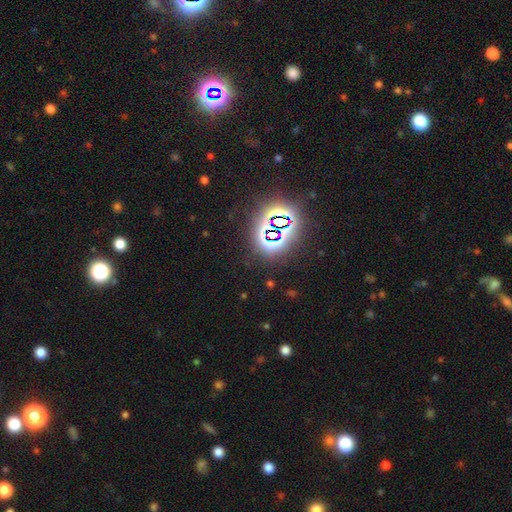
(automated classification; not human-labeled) A star or artifact, not a galaxy (80%).

Vote fractions:
- Smooth or featured? star or artifact: 80% / smooth: 12% / featured or disk: 8%